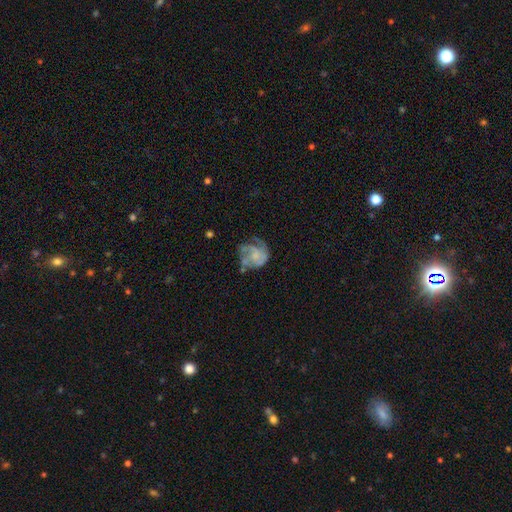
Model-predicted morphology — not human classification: Smooth or featured? featured or disk (69%)
Edge-on disk? no (98%)
Bar? no (79%)
Spiral arms? yes (76%)
Spiral winding? tight (42%)
Spiral arm count? can't tell (32%)
Bulge size? small (40%)
Merging? none (47%)